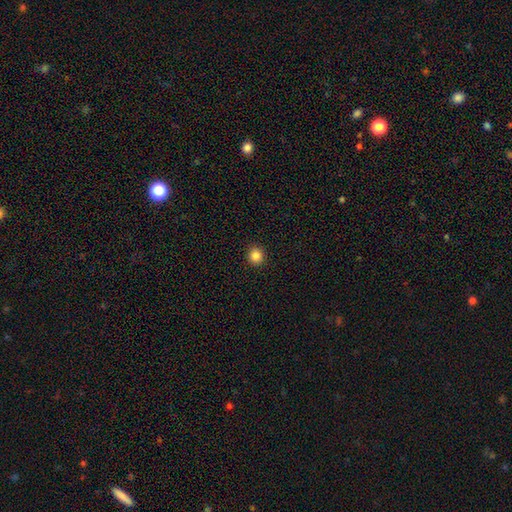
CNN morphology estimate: smooth 85%, star or artifact 12%, featured or disk 4%. Down the decision tree: how rounded — round (90%); merging — none (93%).